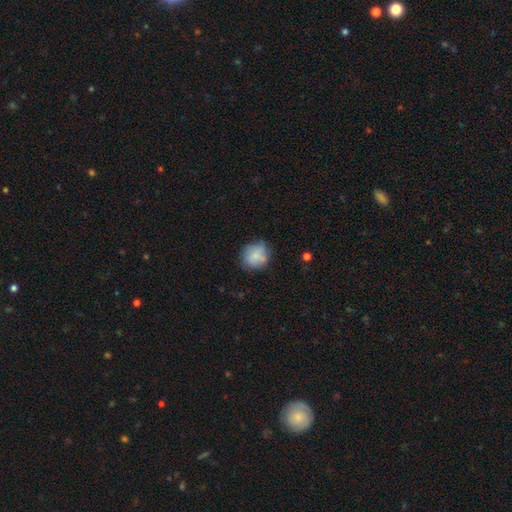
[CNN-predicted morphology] Smooth or featured? smooth (78%)
How rounded? round (76%)
Merging? none (64%)